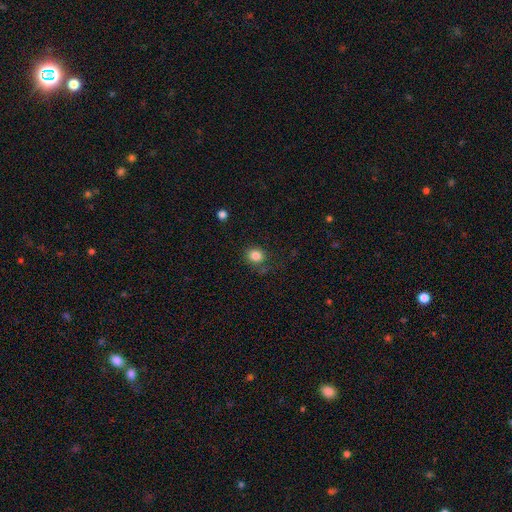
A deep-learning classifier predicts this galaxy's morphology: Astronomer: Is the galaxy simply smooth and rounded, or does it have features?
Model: smooth — 84%.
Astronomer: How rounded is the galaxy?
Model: round — 77%.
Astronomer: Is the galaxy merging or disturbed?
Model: none — 76%.